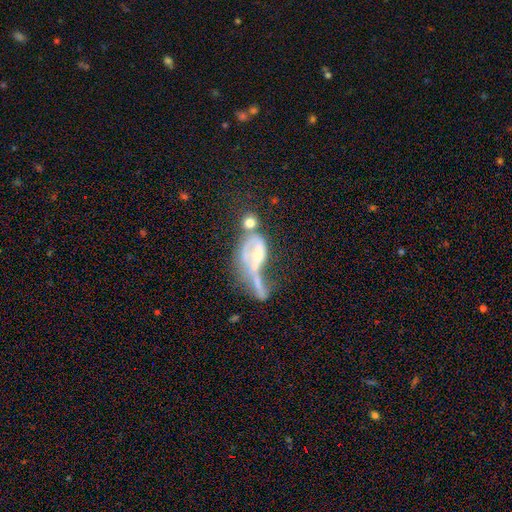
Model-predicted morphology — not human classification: smooth_or_featured: featured or disk (p=0.61) [alt: smooth p=0.28]
disk_edge_on: no (p=0.89) [alt: yes p=0.11]
bar: no (p=0.66) [alt: weak p=0.22]
has_spiral_arms: no (p=0.61) [alt: yes p=0.39]
bulge_size: moderate (p=0.37) [alt: small p=0.32]
merging: merger (p=0.46) [alt: major disturbance p=0.34]